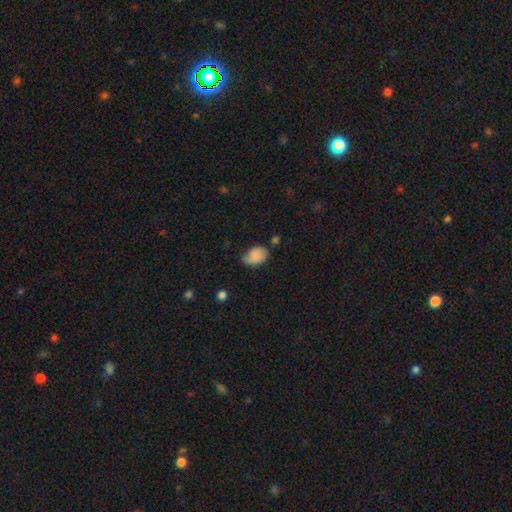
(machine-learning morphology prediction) type=smooth (80%); roundness=in between (77%); merging=none (51%).